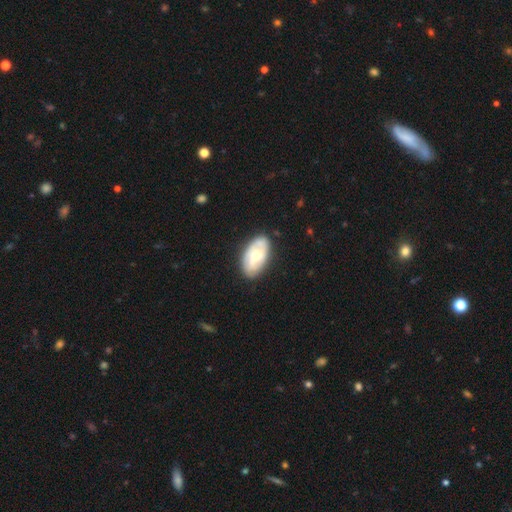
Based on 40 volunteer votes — This is possibly a featured or disk galaxy (57%). It is clearly not viewed edge-on (100%). Bar: likely weak (61%). Spiral arm pattern: likely yes (65%). Spiral arm count: possibly can't tell (47%). Spiral winding: likely tight (60%). Central bulge: possibly small (48%). Merging: likely none (70%).